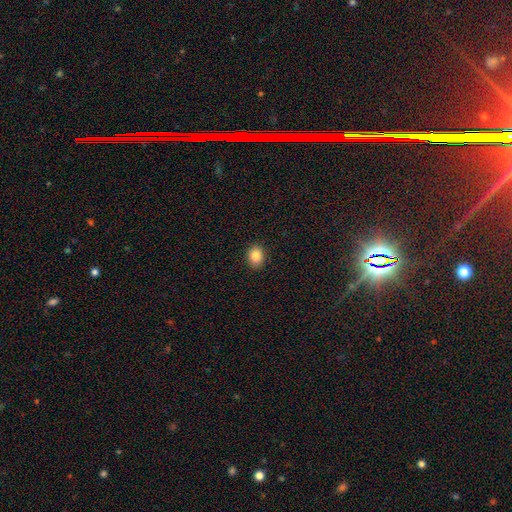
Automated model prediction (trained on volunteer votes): smooth-or-featured: smooth: 85% | star or artifact: 10% | featured or disk: 6%
  how-rounded: in between: 52% | round: 47% | cigar-shaped: 1%
  merging: none: 91% | minor disturbance: 7% | major disturbance: 2% | merger: 1%